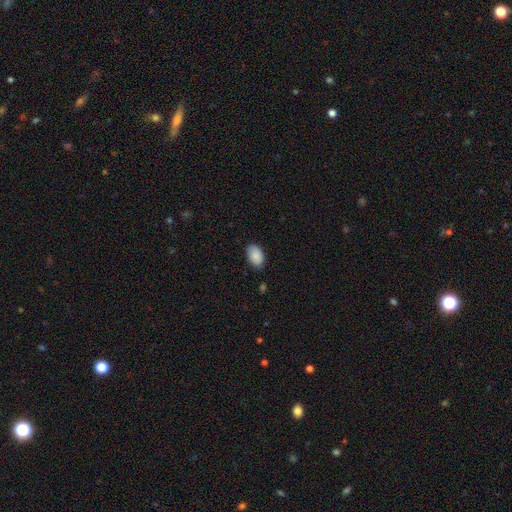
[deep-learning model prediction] Smooth or featured? smooth (88%)
How rounded? in between (92%)
Merging? none (81%)